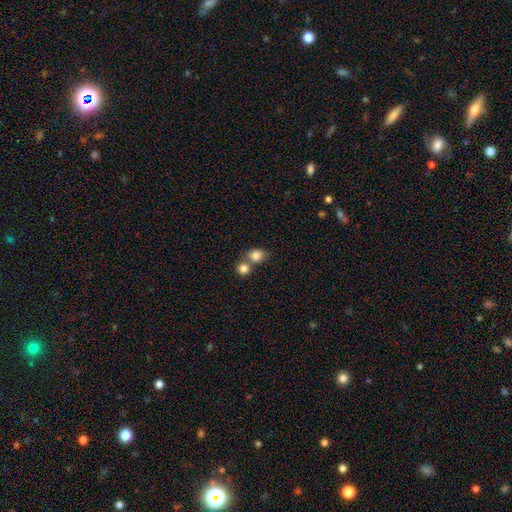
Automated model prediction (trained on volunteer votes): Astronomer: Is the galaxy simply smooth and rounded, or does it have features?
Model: smooth — 83%.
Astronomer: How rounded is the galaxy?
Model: round — 68%.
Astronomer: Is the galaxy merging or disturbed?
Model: none — 46% (runner-up: merger, 43%).